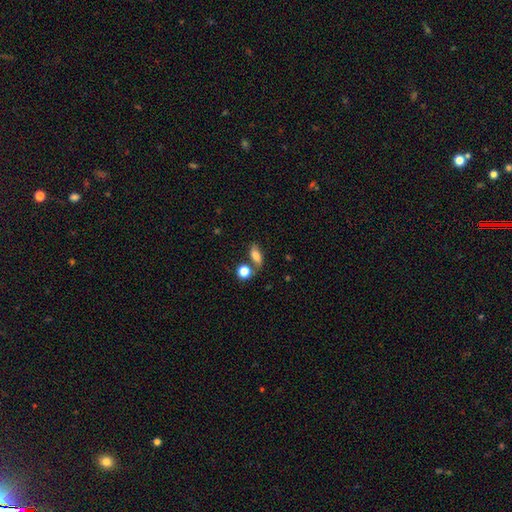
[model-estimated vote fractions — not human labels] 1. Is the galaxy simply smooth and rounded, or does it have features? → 77% smooth, 12% featured or disk, 11% star or artifact.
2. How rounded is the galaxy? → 74% in between, 14% cigar-shaped, 13% round.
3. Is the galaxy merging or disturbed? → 58% none, 18% merger, 17% minor disturbance, 7% major disturbance.